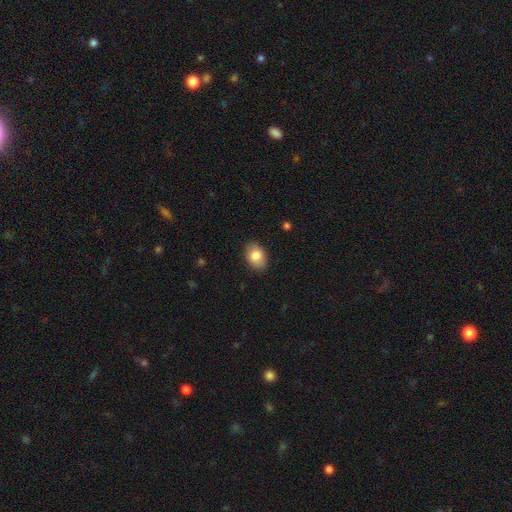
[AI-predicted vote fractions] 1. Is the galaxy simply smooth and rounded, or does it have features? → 84% smooth, 9% featured or disk, 7% star or artifact.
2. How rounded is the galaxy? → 76% in between, 23% round, 1% cigar-shaped.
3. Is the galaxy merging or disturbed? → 85% none, 11% minor disturbance, 2% major disturbance, 1% merger.